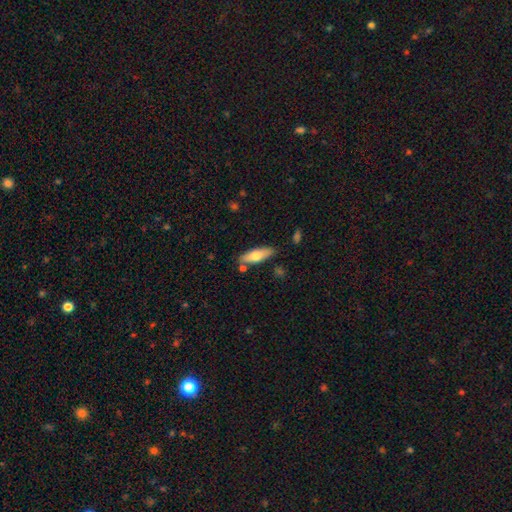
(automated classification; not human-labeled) Smooth or featured? smooth (66%)
How rounded? in between (55%)
Merging? none (79%)